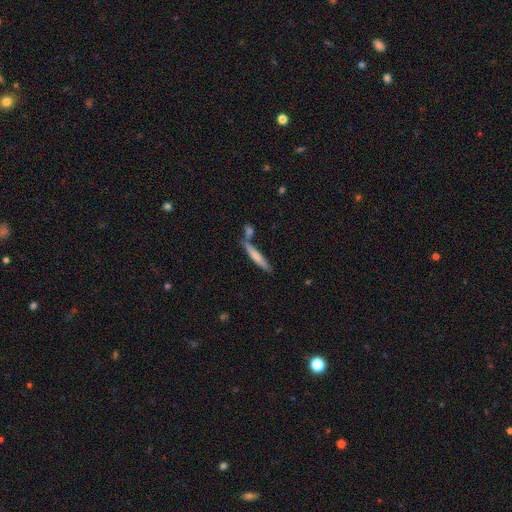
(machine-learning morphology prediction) A smooth galaxy with no disk features (66%) that is cigar-shaped (91%).

Vote fractions:
- Smooth or featured? smooth: 66% / featured or disk: 29% / star or artifact: 6%
- How rounded? cigar-shaped: 91% / in between: 7% / round: 1%
- Merging? none: 64% / merger: 19% / minor disturbance: 13% / major disturbance: 4%